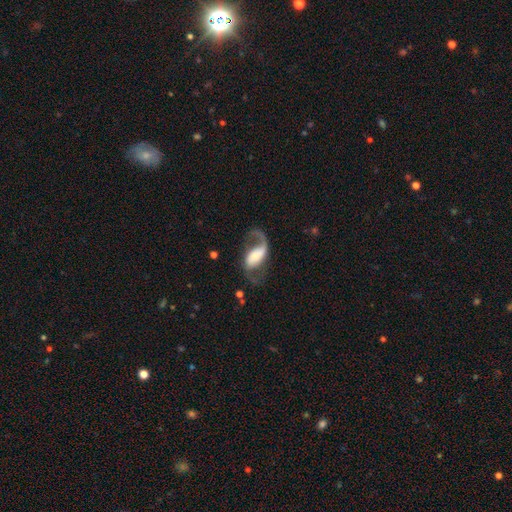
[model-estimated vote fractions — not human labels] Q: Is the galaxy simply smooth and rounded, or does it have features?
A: featured or disk — 78%.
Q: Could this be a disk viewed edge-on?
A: no — 96%.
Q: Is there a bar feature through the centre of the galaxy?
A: no — 35%.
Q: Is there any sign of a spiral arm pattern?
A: yes — 93%.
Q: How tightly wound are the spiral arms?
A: loose — 74%.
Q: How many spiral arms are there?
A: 2 — 70%.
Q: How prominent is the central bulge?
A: small — 34%.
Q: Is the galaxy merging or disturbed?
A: none — 51%.